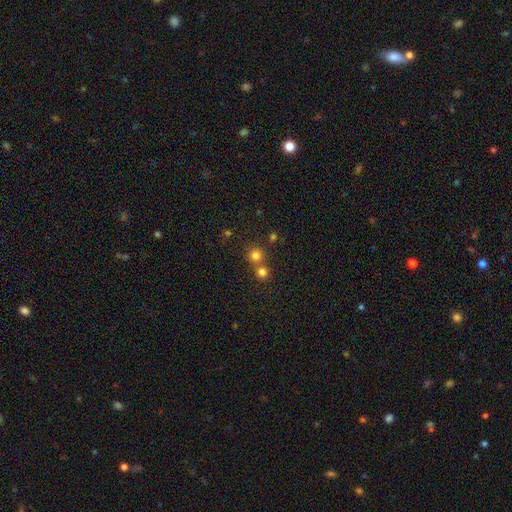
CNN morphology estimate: Smooth or featured? smooth (76%)
How rounded? round (93%)
Merging? none (61%)